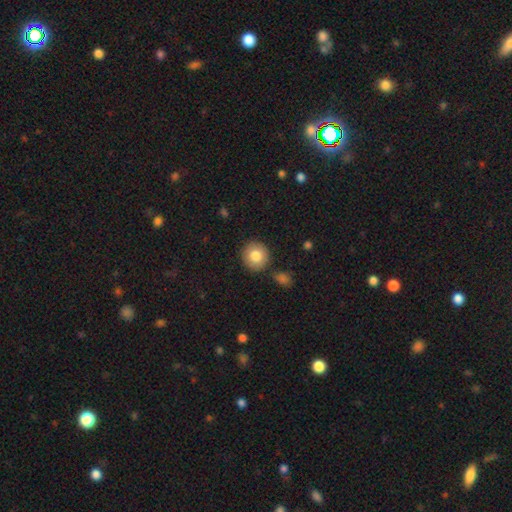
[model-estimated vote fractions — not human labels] A smooth galaxy with no disk features (81%) that is round (91%). Merging: none (86%).